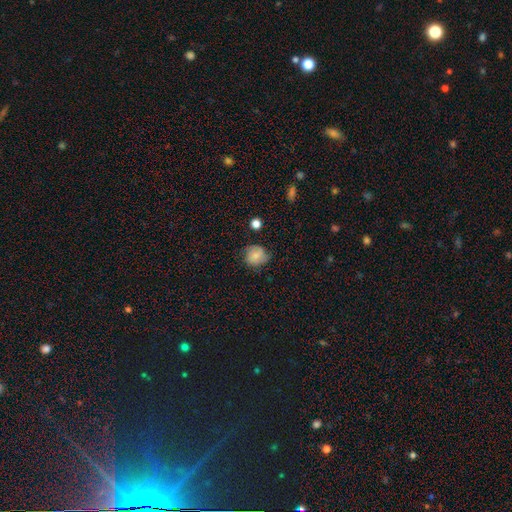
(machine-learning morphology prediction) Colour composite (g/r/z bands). It shows a smooth galaxy with no disk features (72%) that is round (79%). Merging: none (68%).